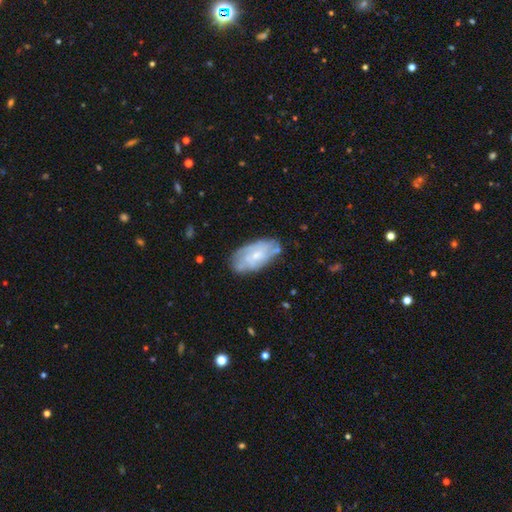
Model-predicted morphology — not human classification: The model was most divided on "smooth or featured": featured or disk: 58%, smooth: 35%, star or artifact: 7%. More confident: edge-on disk — no (93%); bar — no (72%); merging — none (69%); spiral arms — yes (69%); bulge size — small (64%).